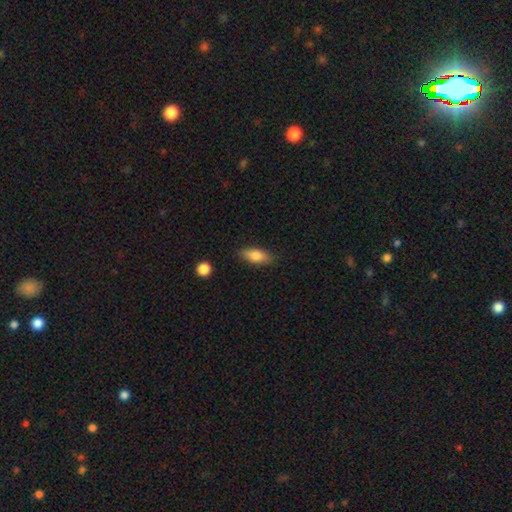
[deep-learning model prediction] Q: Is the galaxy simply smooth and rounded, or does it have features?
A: smooth — 80%.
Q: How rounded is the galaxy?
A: in between — 79%.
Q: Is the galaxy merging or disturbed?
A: none — 84%.